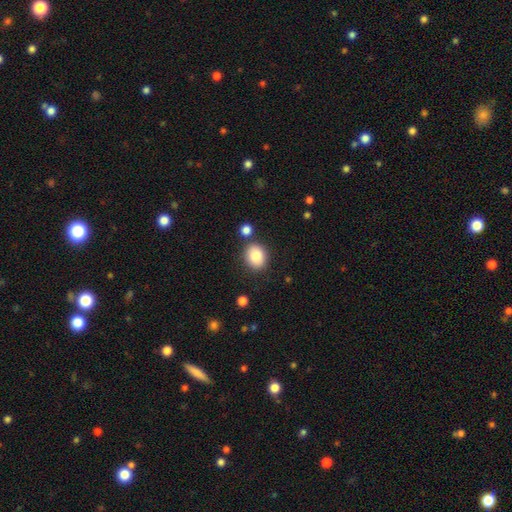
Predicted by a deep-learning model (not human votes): Overall: smooth (84%). How rounded: round (59%; in between 40%). Merging: none (80%).